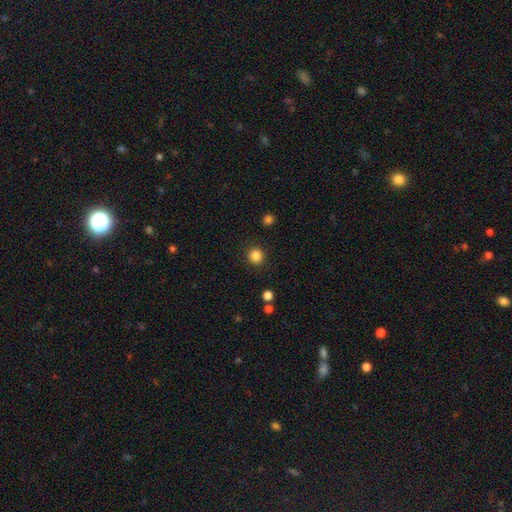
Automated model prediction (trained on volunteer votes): Smooth or featured? Predicted: smooth (p=0.85). How rounded? Predicted: round (p=0.88). Merging? Predicted: none (p=0.90).